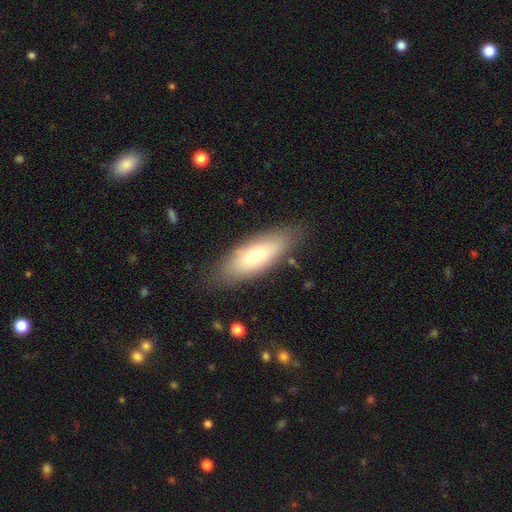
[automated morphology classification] smooth 71%, featured or disk 22%, star or artifact 6%. Down the decision tree: how rounded — in between (66%); merging — none (81%).